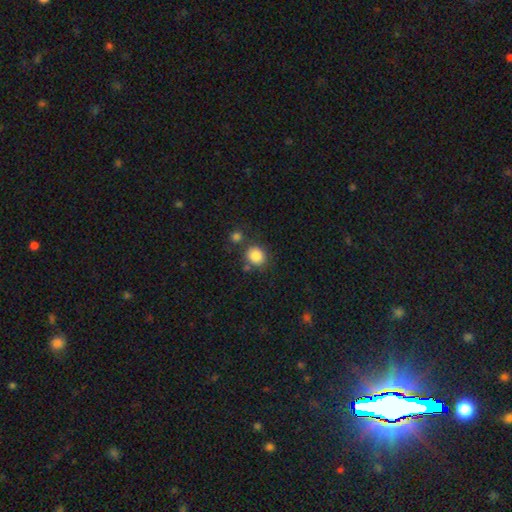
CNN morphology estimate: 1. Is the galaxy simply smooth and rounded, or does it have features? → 85% smooth, 10% star or artifact, 5% featured or disk.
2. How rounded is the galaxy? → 79% round, 20% in between, 1% cigar-shaped.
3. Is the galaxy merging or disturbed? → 72% none, 12% minor disturbance, 12% merger, 4% major disturbance.